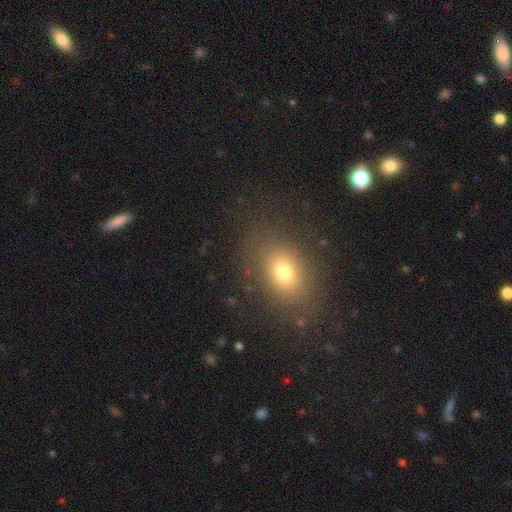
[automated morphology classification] smooth 65%, star or artifact 20%, featured or disk 14%. Down the decision tree: how rounded — in between (71%); merging — none (83%).